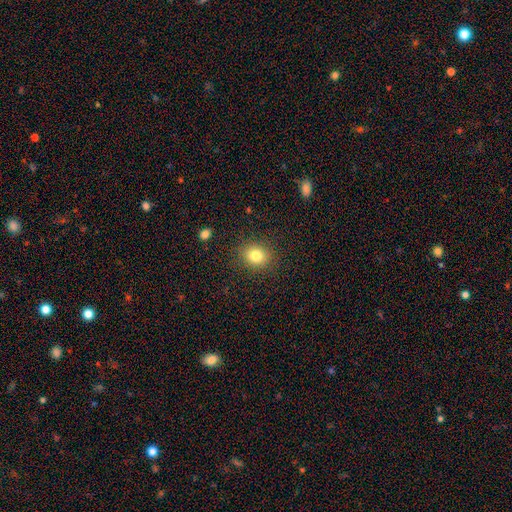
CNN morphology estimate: A smooth galaxy with no disk features (81%) that is round (68%).

Vote fractions:
- Smooth or featured? smooth: 81% / star or artifact: 11% / featured or disk: 8%
- How rounded? round: 68% / in between: 31% / cigar-shaped: 1%
- Merging? none: 88% / minor disturbance: 8% / major disturbance: 3% / merger: 1%